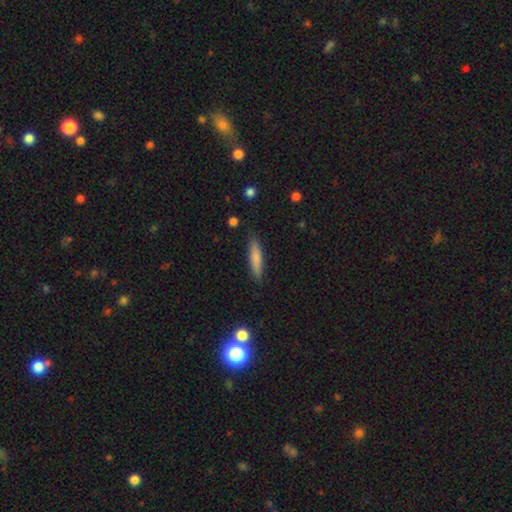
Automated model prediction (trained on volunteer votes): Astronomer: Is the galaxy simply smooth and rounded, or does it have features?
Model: smooth — 74%.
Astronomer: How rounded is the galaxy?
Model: cigar-shaped — 88%.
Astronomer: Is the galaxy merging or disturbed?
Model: none — 89%.